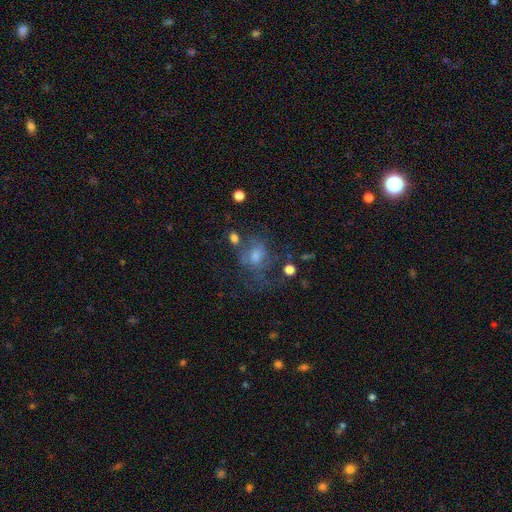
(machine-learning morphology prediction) Smooth or featured? Predicted: featured or disk (p=0.42). Merging? Predicted: none (p=0.41).